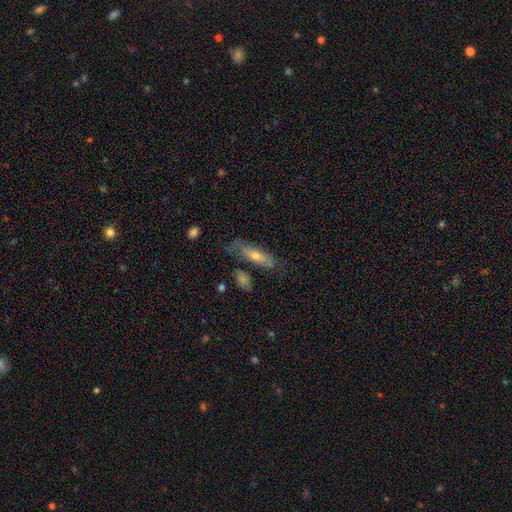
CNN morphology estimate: This is possibly a featured or disk galaxy (46%, tied with smooth). Merging: likely none (62%).